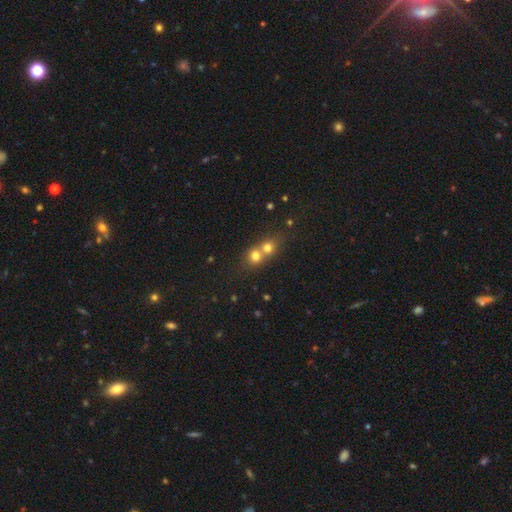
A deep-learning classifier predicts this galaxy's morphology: Q: Smooth or featured?
A: smooth (72%); runner-up: featured or disk (14%)
Q: How rounded?
A: round (78%); runner-up: in between (20%)
Q: Merging?
A: merger (65%); runner-up: none (29%)